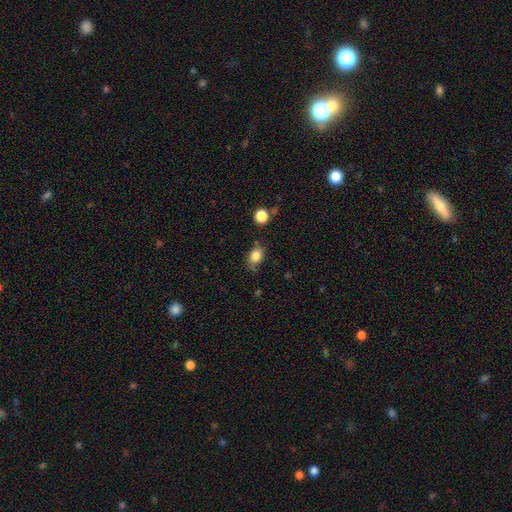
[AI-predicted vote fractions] Smooth or featured: smooth — 83% (star or artifact — 10%)
How rounded: in between — 63% (round — 35%)
Merging: none — 64% (minor disturbance — 25%)